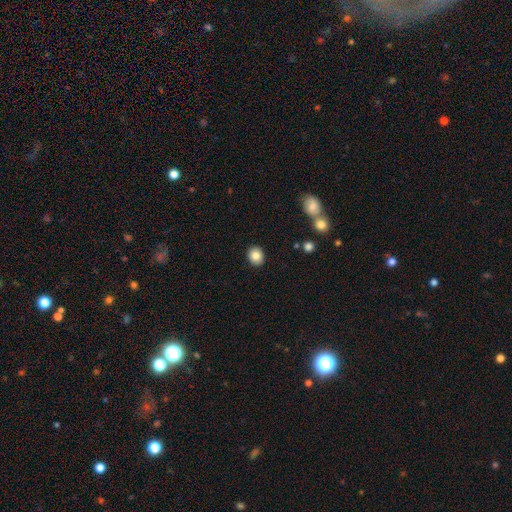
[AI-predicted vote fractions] A smooth galaxy with no disk features (83%) that is round (69%).

Vote fractions:
- Smooth or featured? smooth: 83% / star or artifact: 9% / featured or disk: 7%
- How rounded? round: 69% / in between: 30% / cigar-shaped: 1%
- Merging? none: 90% / minor disturbance: 7% / major disturbance: 2% / merger: 2%